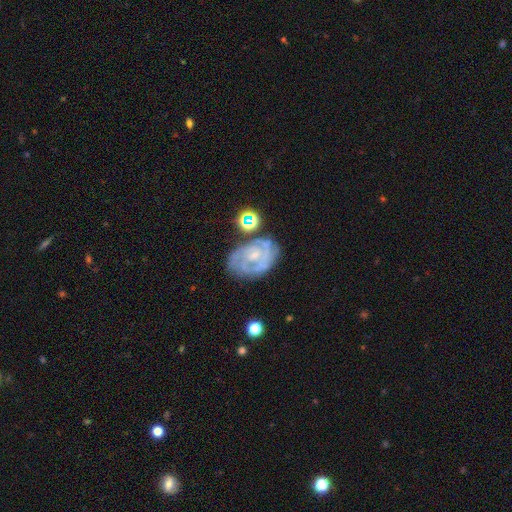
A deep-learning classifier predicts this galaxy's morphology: This is clearly a featured or disk galaxy (81%). It is clearly not viewed edge-on (97%). Bar: likely no (62%). Spiral arm pattern: clearly yes (93%). Spiral arm count: marginally 2 (33%). Spiral winding: likely tight (64%). Central bulge: likely small (70%). Merging: likely none (67%).